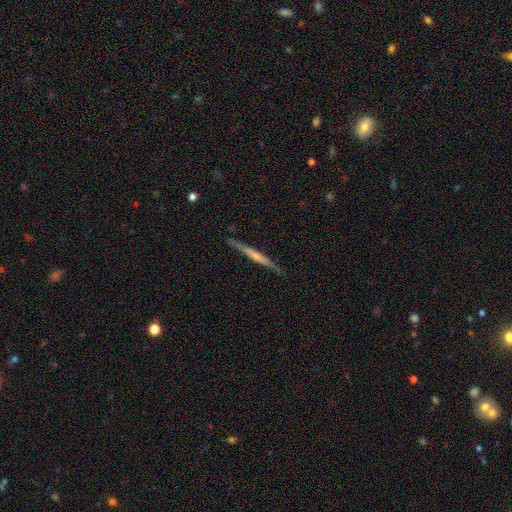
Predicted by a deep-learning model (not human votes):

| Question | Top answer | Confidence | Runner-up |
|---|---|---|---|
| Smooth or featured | featured or disk | 59% | smooth (36%) |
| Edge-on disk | yes | 97% | no (3%) |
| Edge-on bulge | none | 57% | rounded (33%) |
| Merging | none | 88% | minor disturbance (9%) |